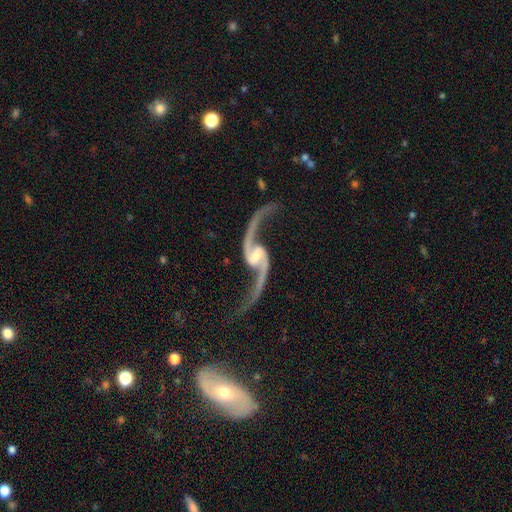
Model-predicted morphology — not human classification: The model was most divided on "bar": weak: 45%, strong: 29%, no: 26%. More confident: spiral arms — yes (98%); edge-on disk — no (97%); spiral arm count — 2 (95%); smooth or featured — featured or disk (94%); spiral winding — loose (90%); merging — none (71%); bulge size — small (53%).